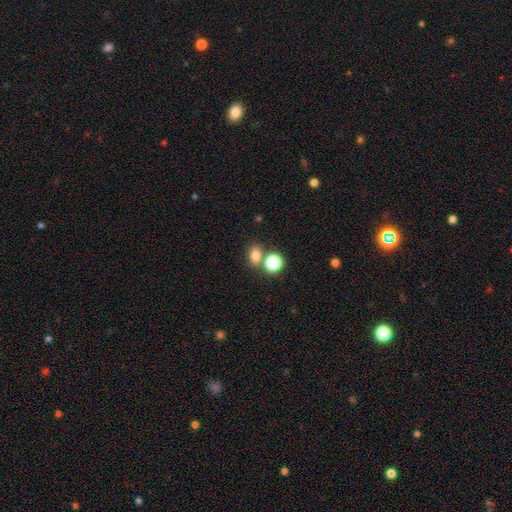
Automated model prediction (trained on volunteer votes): Smooth or featured: smooth — 77% (star or artifact — 16%)
How rounded: in between — 58% (round — 41%)
Merging: none — 64% (merger — 23%)